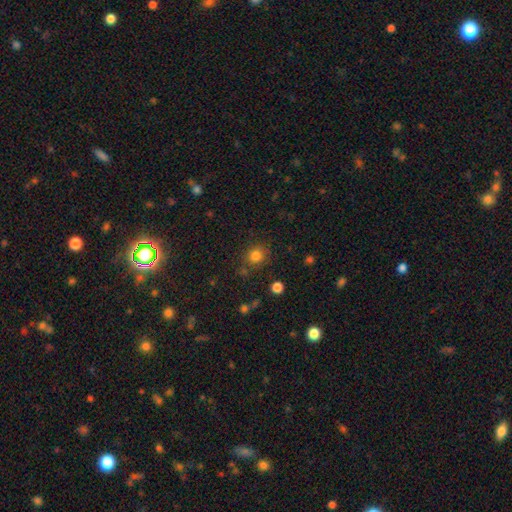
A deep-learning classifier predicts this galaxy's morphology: The model was most divided on "smooth or featured": smooth: 81%, star or artifact: 13%, featured or disk: 6%. More confident: how rounded — round (84%); merging — none (80%).